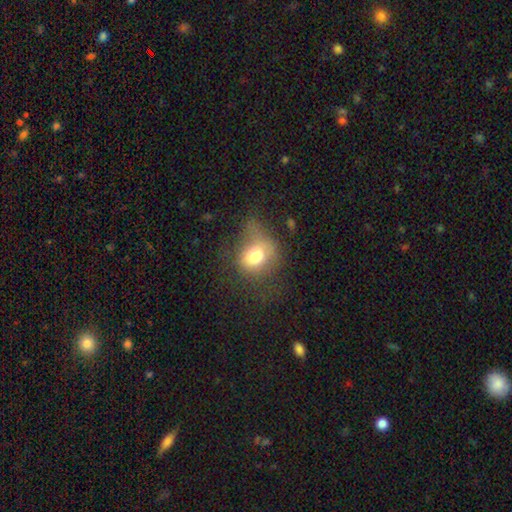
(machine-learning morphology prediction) Smooth or featured? Predicted: smooth (p=0.71). How rounded? Predicted: round (p=0.51). Merging? Predicted: none (p=0.37).